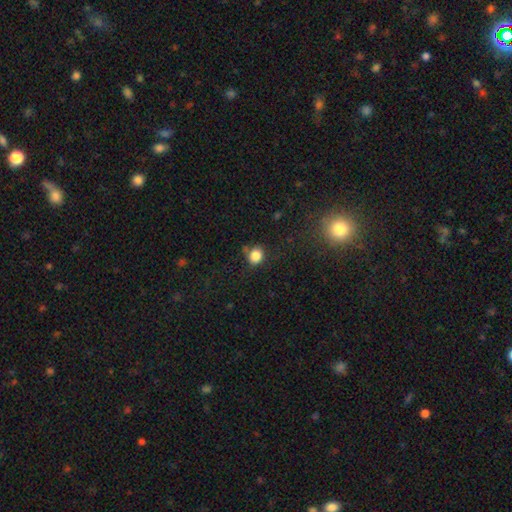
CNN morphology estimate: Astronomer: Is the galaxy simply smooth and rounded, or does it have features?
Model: smooth — 83%.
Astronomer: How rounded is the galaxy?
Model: round — 72%.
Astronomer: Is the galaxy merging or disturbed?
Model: none — 71%.